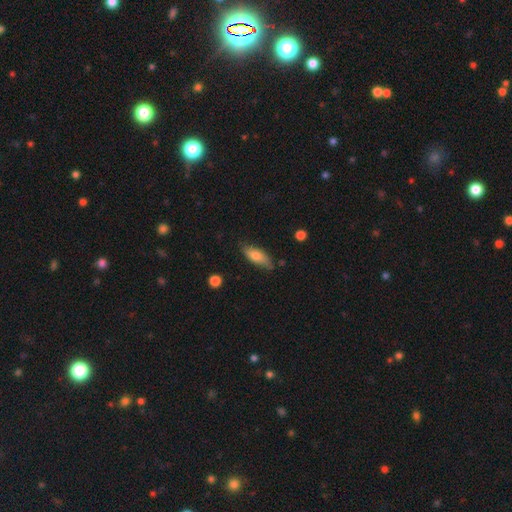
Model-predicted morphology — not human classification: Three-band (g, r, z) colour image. It shows a smooth galaxy with no disk features (74%) that is in between round and cigar-shaped (65%). Merging: none (73%).